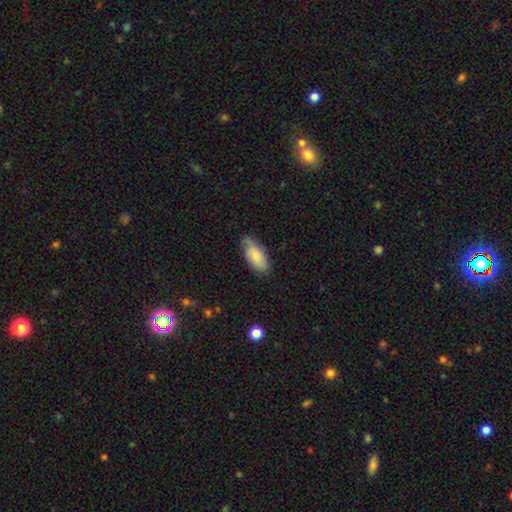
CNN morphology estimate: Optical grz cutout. It shows a smooth galaxy with no disk features (74%) that is in between round and cigar-shaped (88%). Merging: none (69%).